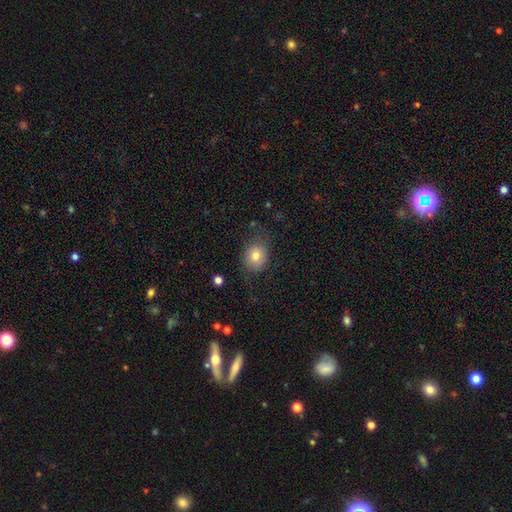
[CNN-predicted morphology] This appears to be a smooth galaxy with no disk features (77%) that is round (65%). Merging: none (69%).